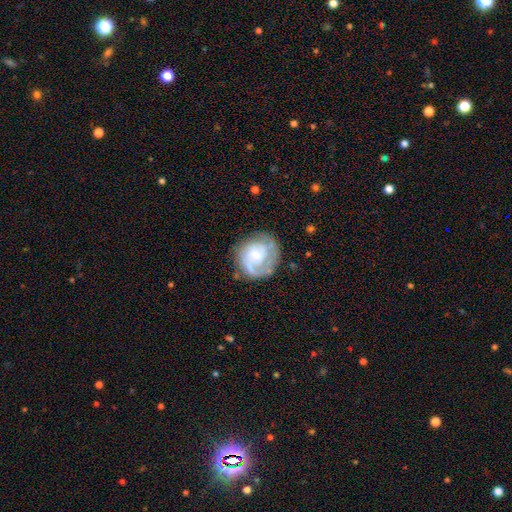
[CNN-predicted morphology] smooth-or-featured: featured or disk: 65% | smooth: 29% | star or artifact: 6%
  disk-edge-on: no: 98% | yes: 2%
    bar: no: 59% | weak: 34% | strong: 7%
    has-spiral-arms: yes: 82% | no: 18%
      spiral-winding: tight: 49% | medium: 34% | loose: 17%
      spiral-arm-count: 1: 38% | 2: 28% | can't tell: 23% | 3: 7% | 4: 2% | more than 4: 2%
    bulge-size: small: 41% | moderate: 32% | none: 14% | large: 10% | dominant: 2%
  merging: none: 66% | minor disturbance: 19% | major disturbance: 13% | merger: 2%